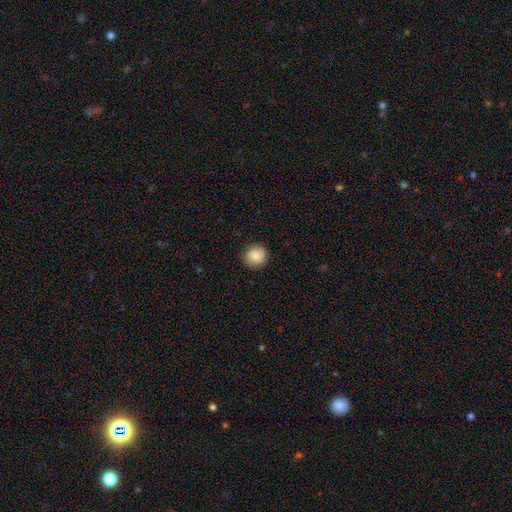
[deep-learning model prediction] This appears to be a smooth galaxy with no disk features (87%) that is round (90%). Merging: none (89%).